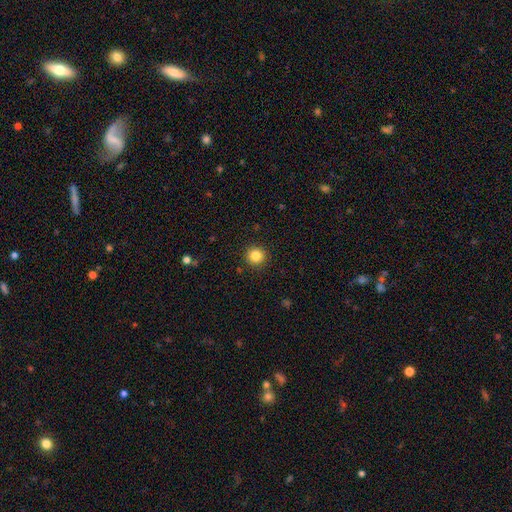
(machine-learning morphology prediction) smooth 84%, star or artifact 11%, featured or disk 5%. Down the decision tree: how rounded — round (94%); merging — none (91%).